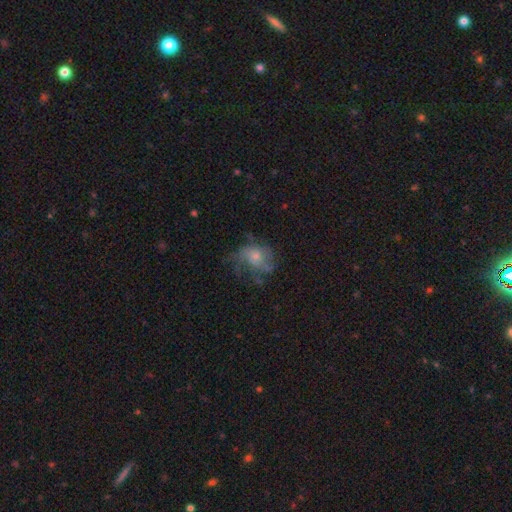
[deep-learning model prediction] Overall: featured or disk (55%; smooth 32%). Edge-on disk: no (97%). Bar: no (81%). Spiral arms: yes (73%). Bulge size: small (51%; moderate 40%). Merging: none (46%; major disturbance 28%).